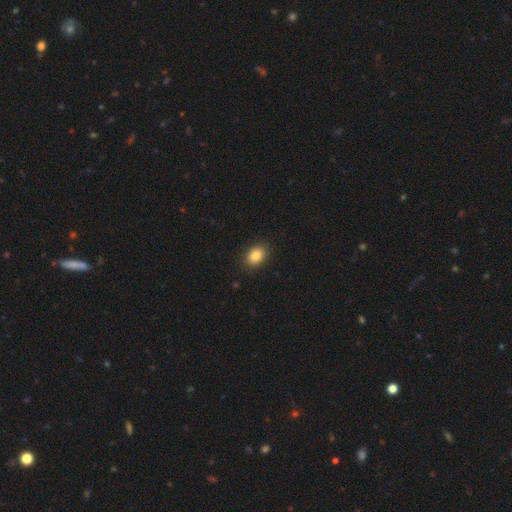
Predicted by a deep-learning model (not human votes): A smooth galaxy with no disk features (84%) that is in between round and cigar-shaped (74%). Merging: none (89%).